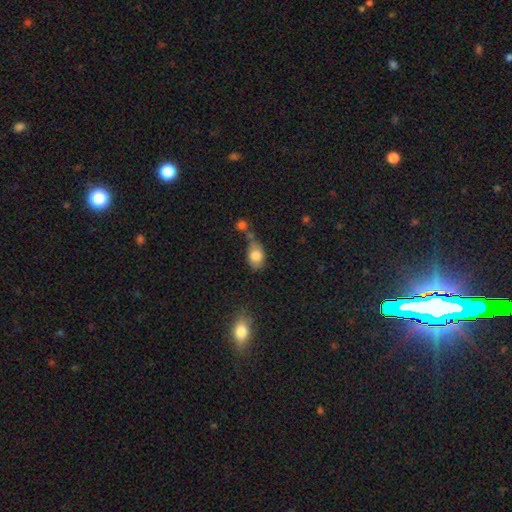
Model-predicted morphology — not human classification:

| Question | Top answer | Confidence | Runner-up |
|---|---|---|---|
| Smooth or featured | smooth | 81% | featured or disk (10%) |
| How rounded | in between | 77% | round (21%) |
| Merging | none | 44% | minor disturbance (26%) |